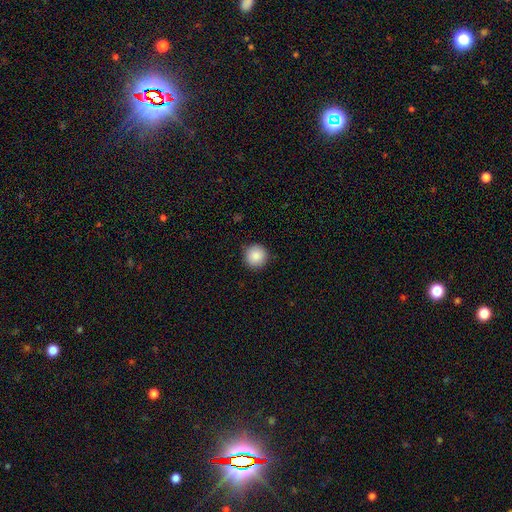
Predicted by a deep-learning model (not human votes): smooth_or_featured: smooth (p=0.88) [alt: star or artifact p=0.08]
how_rounded: round (p=0.96) [alt: in between p=0.03]
merging: none (p=0.91) [alt: minor disturbance p=0.06]